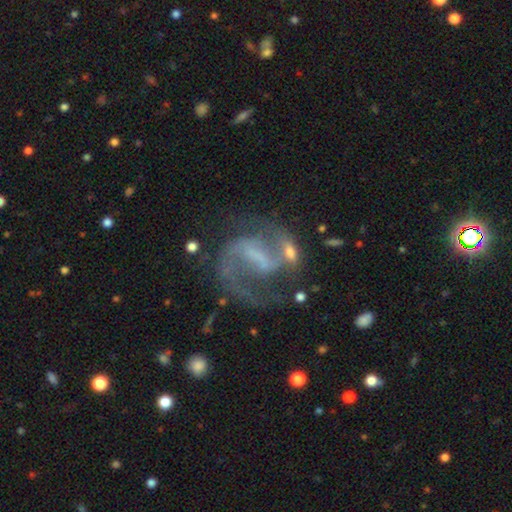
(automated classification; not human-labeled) featured or disk 87%, star or artifact 7%, smooth 6%. Down the decision tree: edge-on disk — no (98%); bar — strong (43%); spiral arms — yes (94%); spiral arm count — 2 (85%); spiral winding — medium (55%); bulge size — none (48%); merging — none (55%).